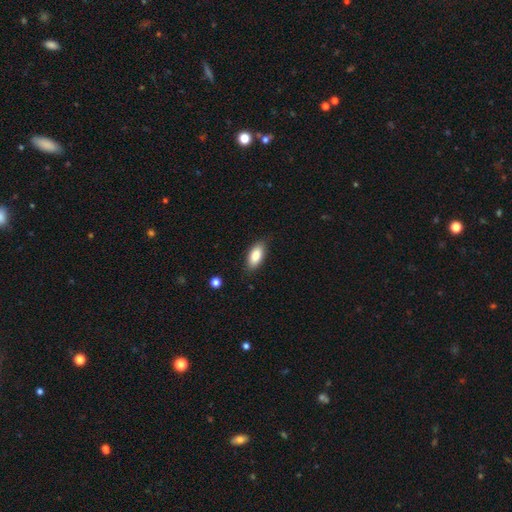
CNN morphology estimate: A smooth galaxy with no disk features (86%) that is in between round and cigar-shaped (88%). Merging: none (85%).